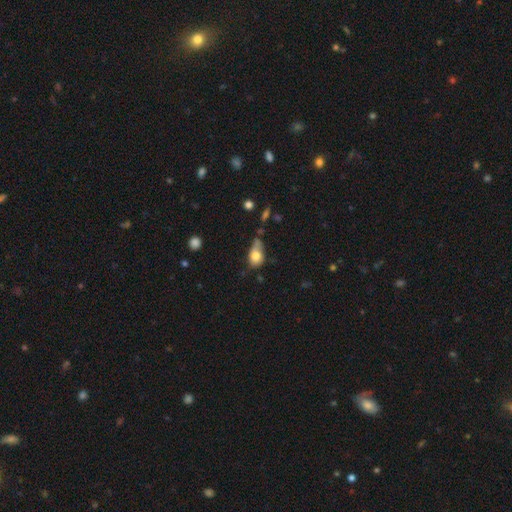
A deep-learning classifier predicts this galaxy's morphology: A smooth galaxy with no disk features (78%) that is in between round and cigar-shaped (74%).

Vote fractions:
- Smooth or featured? smooth: 78% / featured or disk: 13% / star or artifact: 9%
- How rounded? in between: 74% / round: 23% / cigar-shaped: 3%
- Merging? minor disturbance: 35% / none: 30% / major disturbance: 19% / merger: 16%